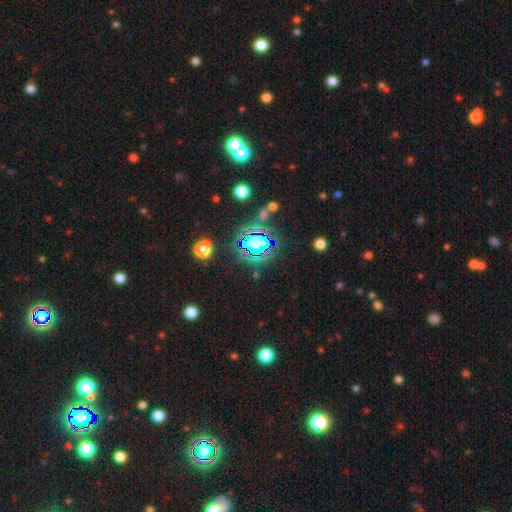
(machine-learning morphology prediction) This appears to be a star or artifact, not a galaxy (73%).